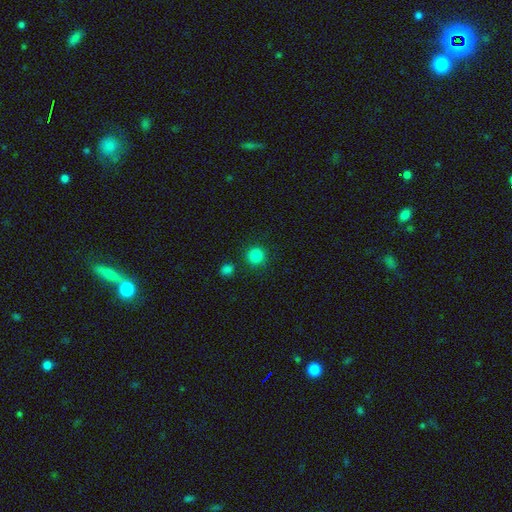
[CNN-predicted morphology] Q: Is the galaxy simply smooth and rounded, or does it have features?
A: smooth — 85%.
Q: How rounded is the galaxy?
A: round — 94%.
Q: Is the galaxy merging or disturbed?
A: none — 88%.